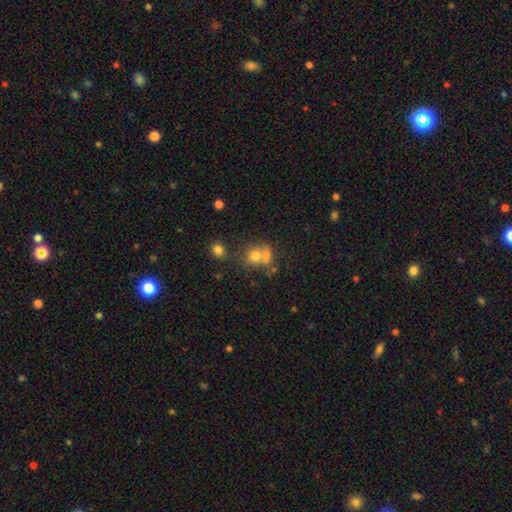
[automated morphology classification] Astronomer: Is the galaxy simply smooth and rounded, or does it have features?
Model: smooth — 70%.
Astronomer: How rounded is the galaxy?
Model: round — 67%.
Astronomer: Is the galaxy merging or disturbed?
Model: merger — 52% (runner-up: none, 33%).